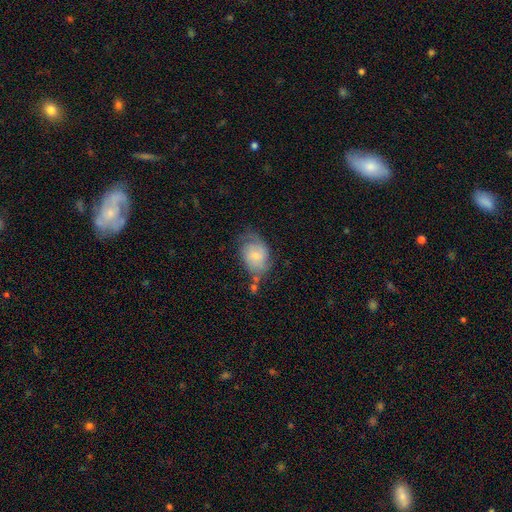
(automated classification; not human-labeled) This is possibly a featured or disk galaxy (49%). Merging: possibly none (46%).